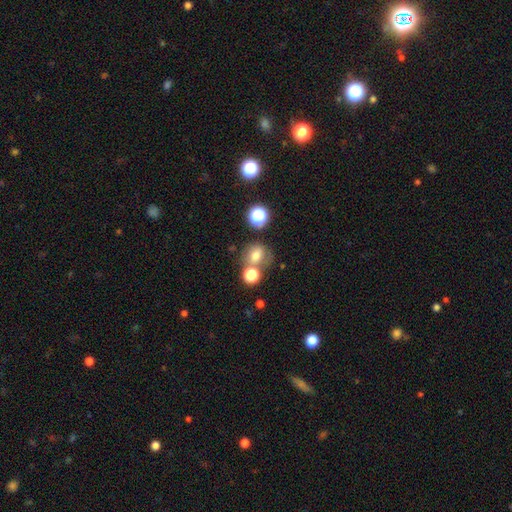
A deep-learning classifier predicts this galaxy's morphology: This is likely a smooth galaxy (67%). How rounded: likely round (69%). Merging: possibly none (54%).